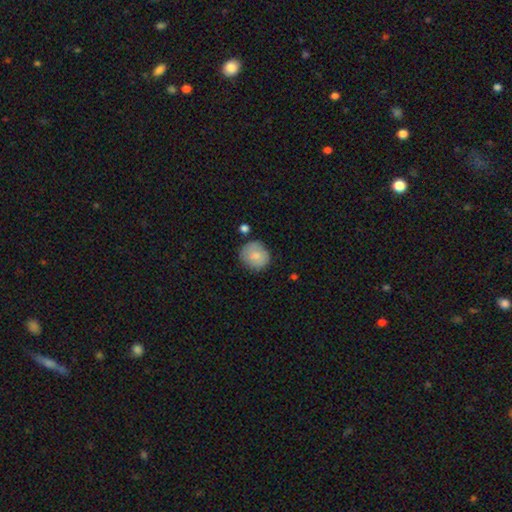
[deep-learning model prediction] Morphology: type=smooth (82%); roundness=round (84%); merging=none (74%).